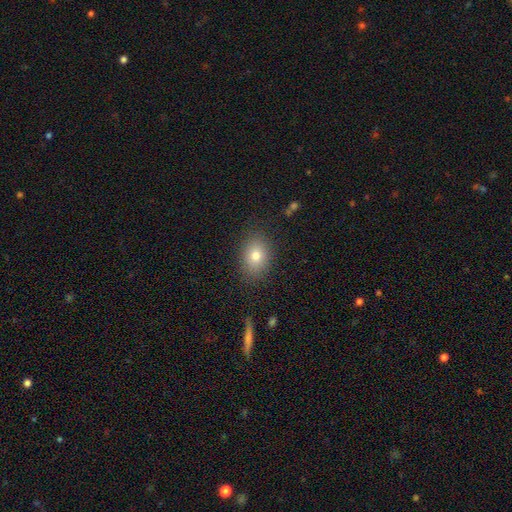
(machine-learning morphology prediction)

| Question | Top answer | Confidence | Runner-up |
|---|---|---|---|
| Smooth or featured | smooth | 77% | featured or disk (12%) |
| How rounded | in between | 65% | round (34%) |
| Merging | none | 85% | minor disturbance (10%) |